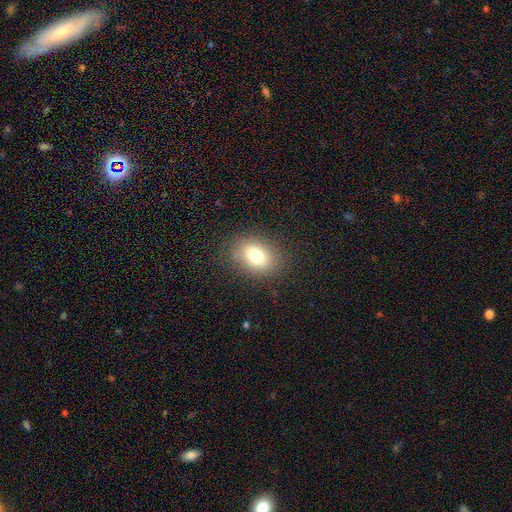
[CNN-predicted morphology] This appears to be a smooth galaxy with no disk features (77%) that is in between round and cigar-shaped (76%). Merging: none (82%).